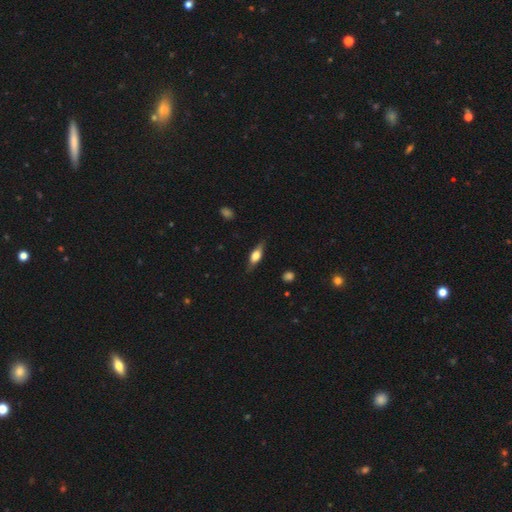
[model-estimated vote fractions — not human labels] Smooth or featured?
  - featured or disk: 47% *
  - smooth: 46%
  - star or artifact: 7%
Merging?
  - none: 81% *
  - minor disturbance: 14%
  - major disturbance: 3%
  - merger: 1%